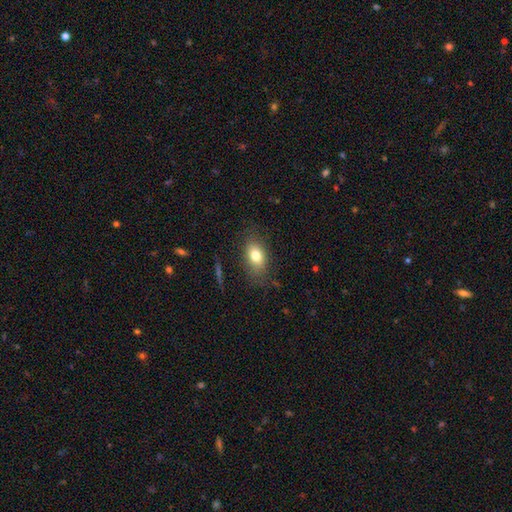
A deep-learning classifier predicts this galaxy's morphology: This appears to be a smooth galaxy with no disk features (77%) that is in between round and cigar-shaped (82%). Merging: none (78%).